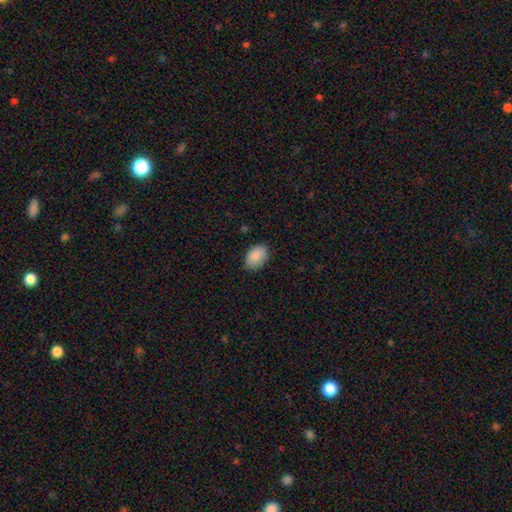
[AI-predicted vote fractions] Overall: smooth (89%). How rounded: in between (83%). Merging: none (78%).